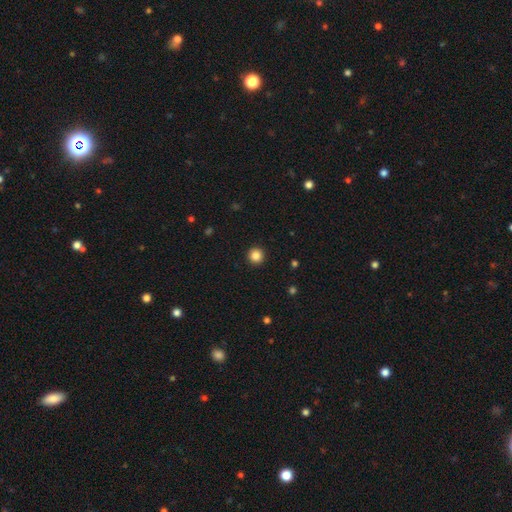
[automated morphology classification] The model was most divided on "smooth or featured": smooth: 86%, star or artifact: 11%, featured or disk: 4%. More confident: how rounded — round (96%); merging — none (94%).